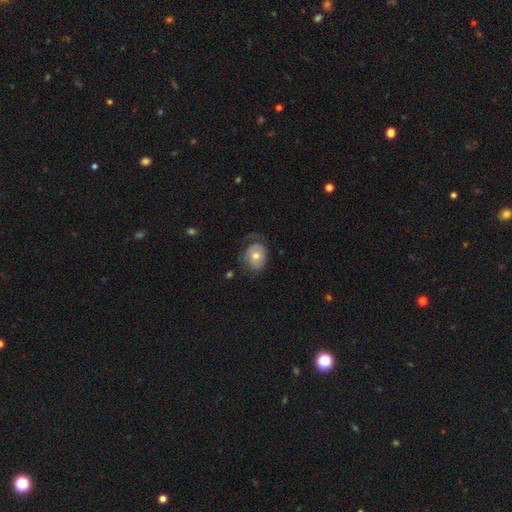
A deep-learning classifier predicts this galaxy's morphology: Smooth or featured? Predicted: smooth (p=0.58). How rounded? Predicted: round (p=0.55). Merging? Predicted: none (p=0.49).